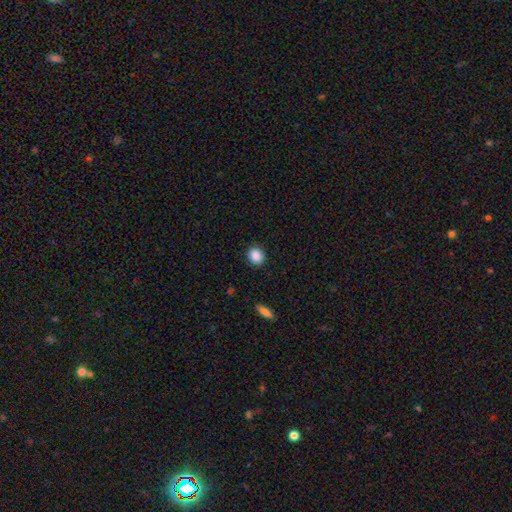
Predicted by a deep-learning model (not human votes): smooth-or-featured: smooth: 88% | star or artifact: 9% | featured or disk: 3%
  how-rounded: round: 70% | in between: 29% | cigar-shaped: 1%
  merging: none: 89% | minor disturbance: 8% | major disturbance: 2% | merger: 1%